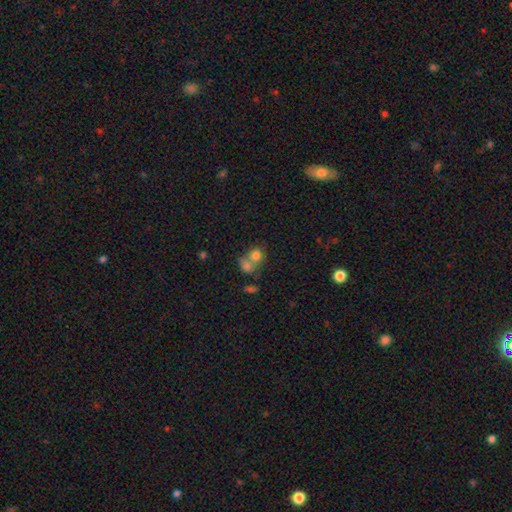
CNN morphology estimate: Overall: smooth (76%). How rounded: round (70%). Merging: merger (56%; none 31%).